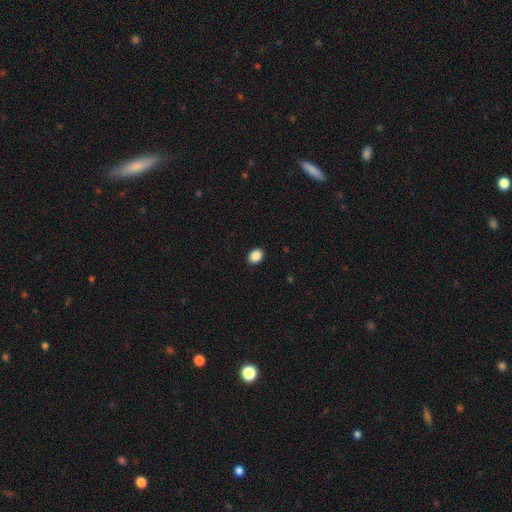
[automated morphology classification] Smooth or featured?
  - smooth: 88% *
  - star or artifact: 8%
  - featured or disk: 3%
How rounded?
  - in between: 55% *
  - round: 45%
  - cigar-shaped: 1%
Merging?
  - none: 91% *
  - minor disturbance: 6%
  - major disturbance: 2%
  - merger: 1%